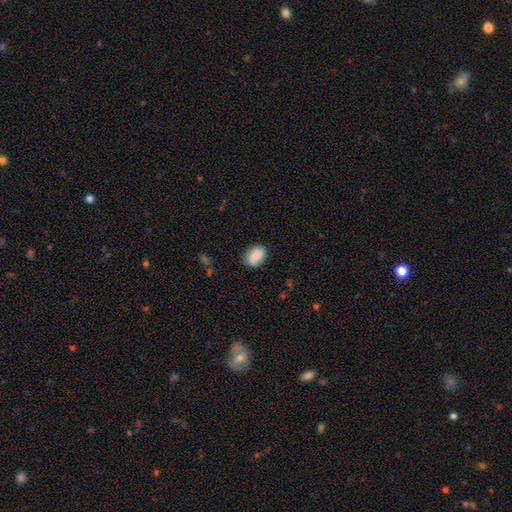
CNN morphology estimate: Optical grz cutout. It shows a smooth galaxy with no disk features (66%) that is in between round and cigar-shaped (72%). Merging: none (67%).